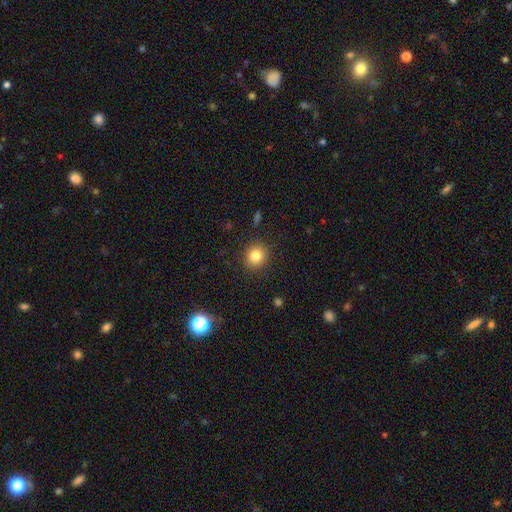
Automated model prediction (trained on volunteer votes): Smooth or featured? smooth (84%)
How rounded? round (84%)
Merging? none (89%)